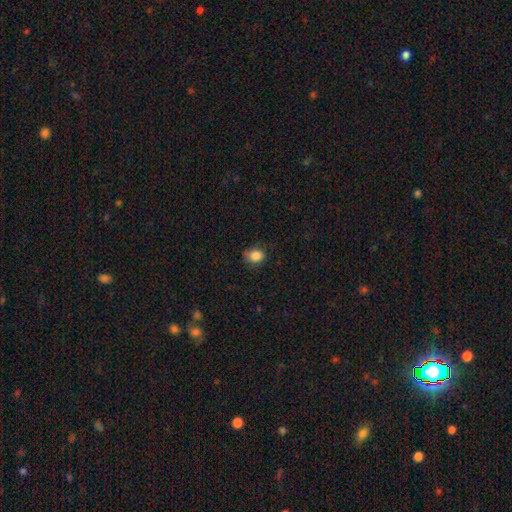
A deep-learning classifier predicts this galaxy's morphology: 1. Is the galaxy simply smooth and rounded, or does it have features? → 86% smooth, 10% star or artifact, 5% featured or disk.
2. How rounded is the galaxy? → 50% in between, 49% round, 1% cigar-shaped.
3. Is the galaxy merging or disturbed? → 74% none, 21% minor disturbance, 5% major disturbance, 1% merger.